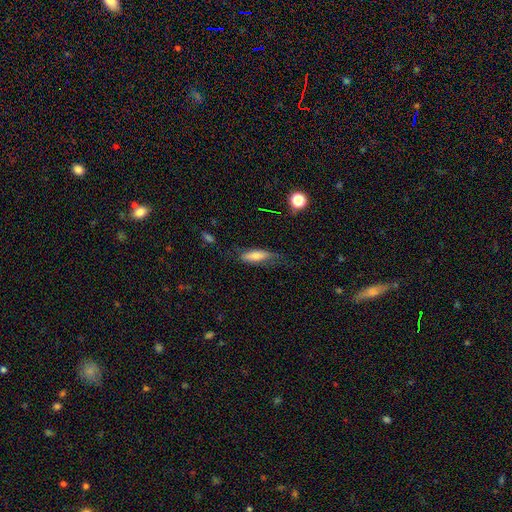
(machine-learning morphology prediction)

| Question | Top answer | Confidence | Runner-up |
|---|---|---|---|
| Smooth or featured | smooth | 68% | featured or disk (24%) |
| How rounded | in between | 53% | cigar-shaped (45%) |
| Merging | none | 59% | minor disturbance (27%) |